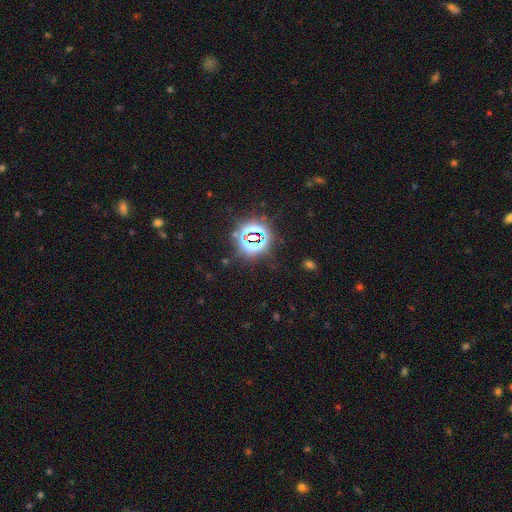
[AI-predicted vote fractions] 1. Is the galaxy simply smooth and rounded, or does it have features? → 80% star or artifact, 12% smooth, 7% featured or disk.